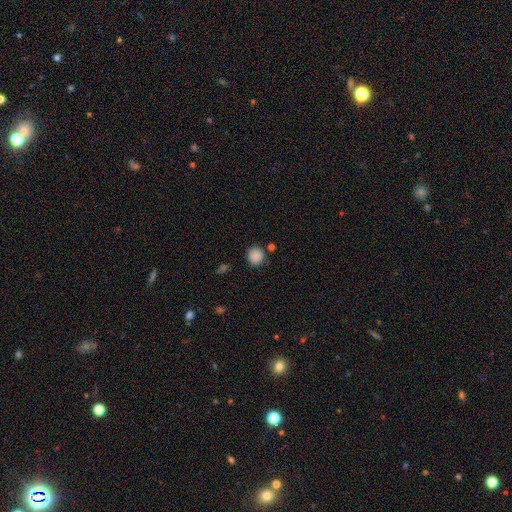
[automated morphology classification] Smooth or featured? smooth (87%)
How rounded? round (89%)
Merging? none (84%)